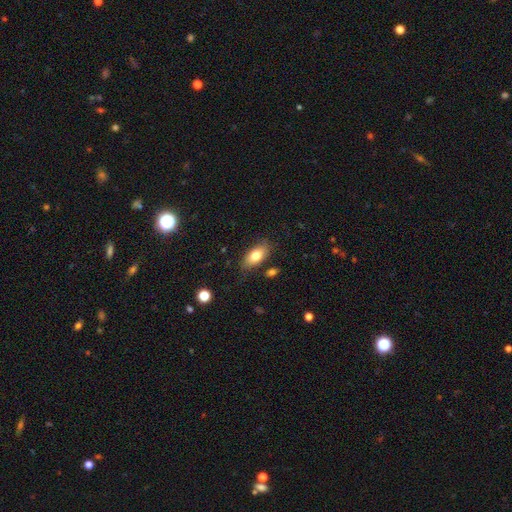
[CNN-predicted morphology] smooth 77%, featured or disk 15%, star or artifact 7%. Down the decision tree: how rounded — in between (89%); merging — none (80%).